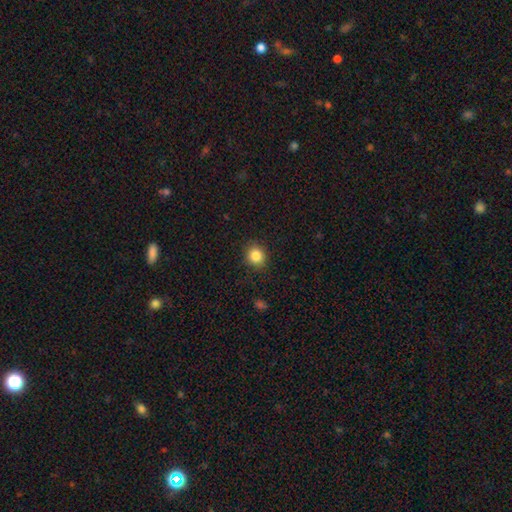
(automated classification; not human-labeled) A smooth galaxy with no disk features (85%) that is round (81%). Merging: none (88%).